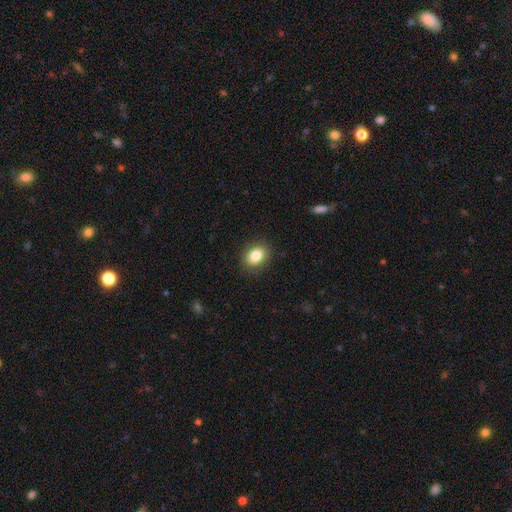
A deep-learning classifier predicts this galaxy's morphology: The model was most divided on "how rounded": in between: 63%, round: 36%, cigar-shaped: 1%. More confident: merging — none (87%); smooth or featured — smooth (83%).